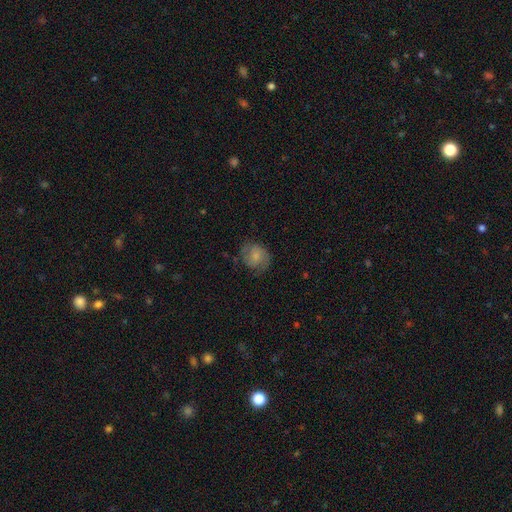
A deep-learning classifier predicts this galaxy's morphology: Smooth or featured? smooth (48%)
Merging? none (67%)